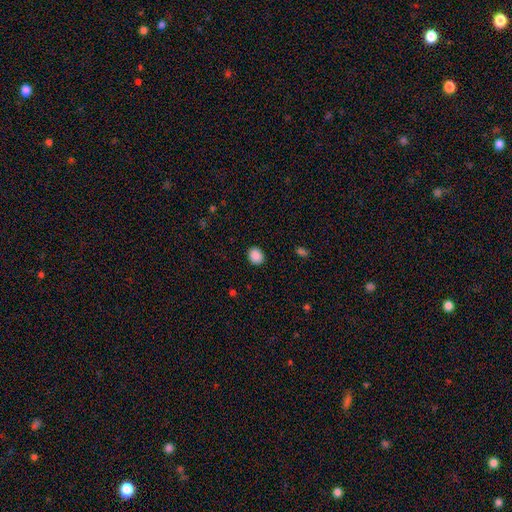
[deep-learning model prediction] A smooth galaxy with no disk features (89%) that is round (51%).

Vote fractions:
- Smooth or featured? smooth: 89% / star or artifact: 8% / featured or disk: 2%
- How rounded? round: 51% / in between: 48% / cigar-shaped: 1%
- Merging? none: 90% / minor disturbance: 7% / major disturbance: 2% / merger: 1%